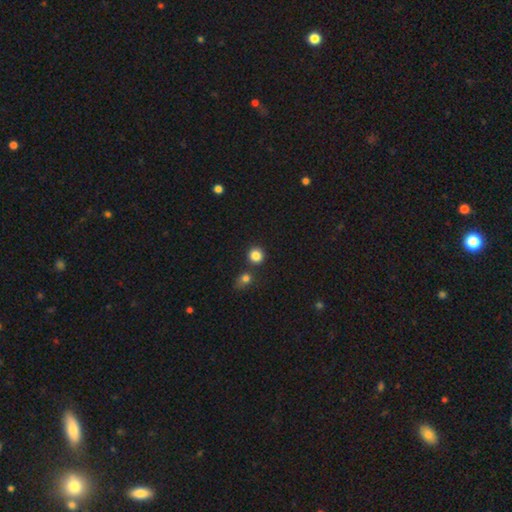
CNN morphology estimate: smooth 84%, star or artifact 11%, featured or disk 4%. Down the decision tree: how rounded — round (91%); merging — none (82%).